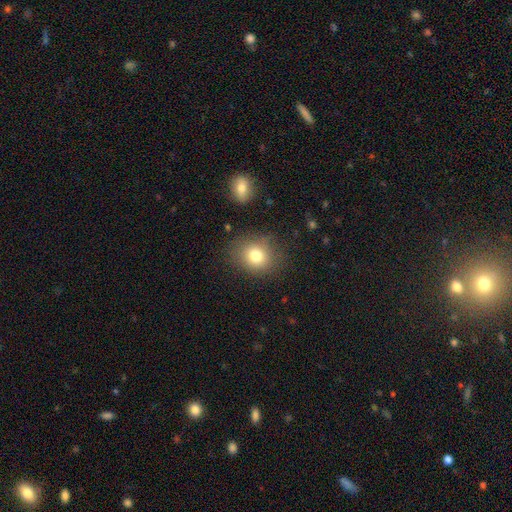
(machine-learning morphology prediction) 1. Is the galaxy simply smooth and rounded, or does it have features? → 78% smooth, 12% star or artifact, 10% featured or disk.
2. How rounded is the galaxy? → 71% round, 28% in between, 1% cigar-shaped.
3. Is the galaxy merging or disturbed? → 80% none, 13% minor disturbance, 5% major disturbance, 2% merger.